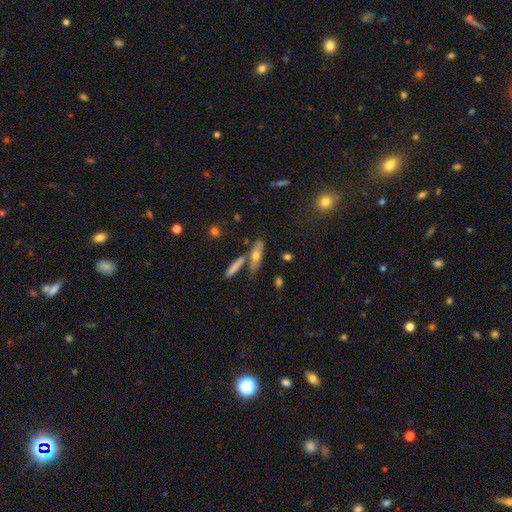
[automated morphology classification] A smooth galaxy with no disk features (57%) that is cigar-shaped (62%). Merging: none (61%).